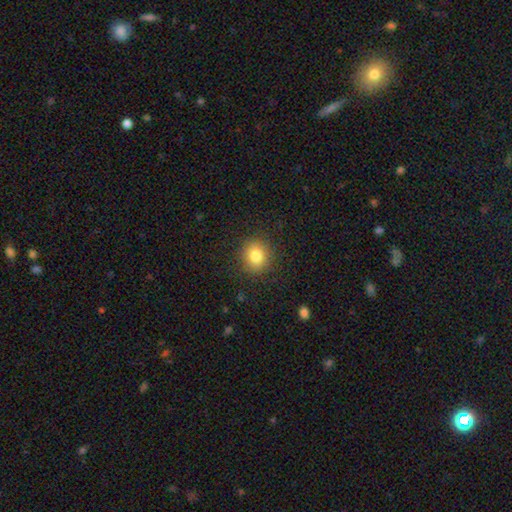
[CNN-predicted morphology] smooth_or_featured: smooth (p=0.82) [alt: star or artifact p=0.10]
how_rounded: round (p=0.81) [alt: in between p=0.18]
merging: none (p=0.88) [alt: minor disturbance p=0.08]